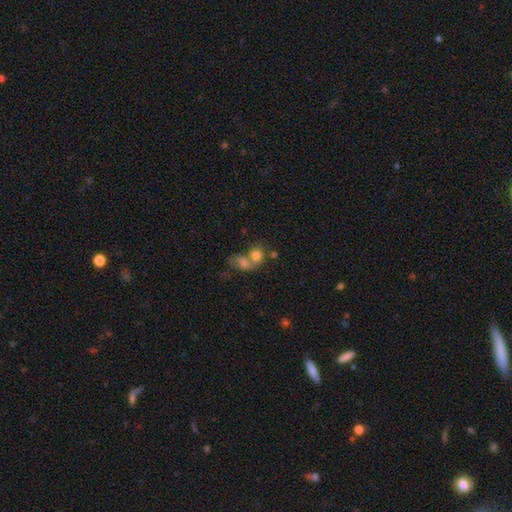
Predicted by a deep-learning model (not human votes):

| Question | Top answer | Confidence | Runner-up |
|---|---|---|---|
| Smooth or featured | smooth | 75% | featured or disk (14%) |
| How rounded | round | 57% | in between (42%) |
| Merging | merger | 66% | none (23%) |